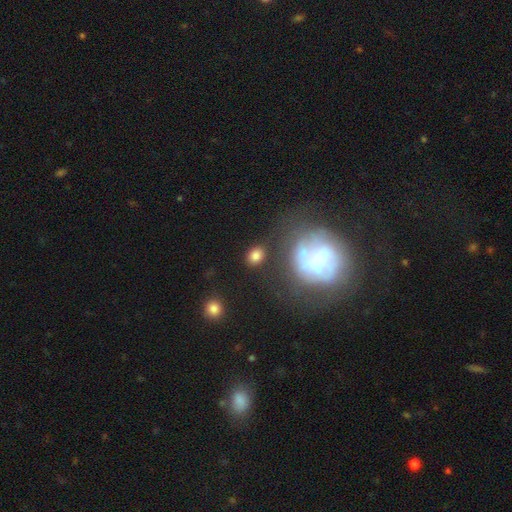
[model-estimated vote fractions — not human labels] smooth 79%, featured or disk 11%, star or artifact 10%. Down the decision tree: how rounded — in between (52%); merging — none (74%).